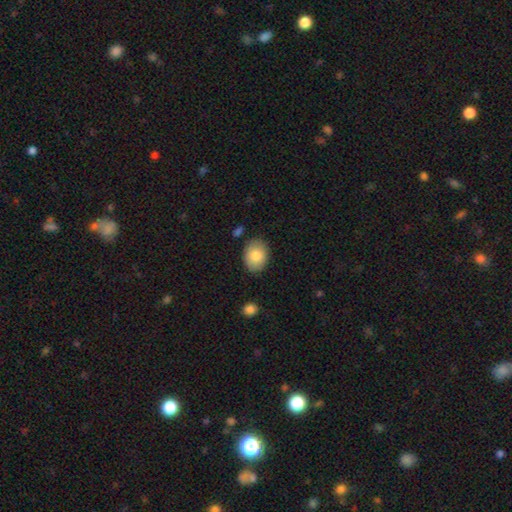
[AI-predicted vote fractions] Morphology: type=smooth (82%); roundness=in between (70%); merging=none (83%).